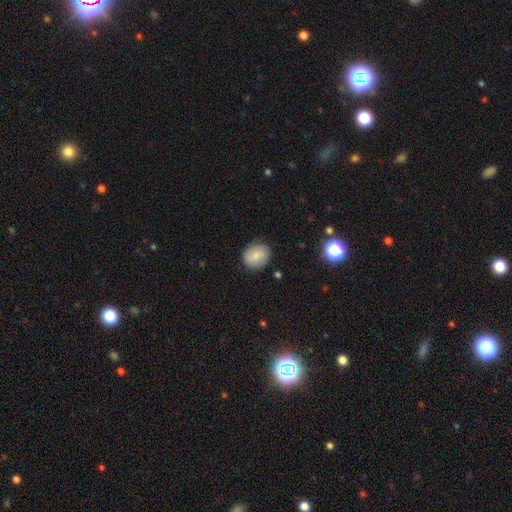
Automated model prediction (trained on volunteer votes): Smooth or featured? smooth (79%)
How rounded? round (78%)
Merging? none (86%)